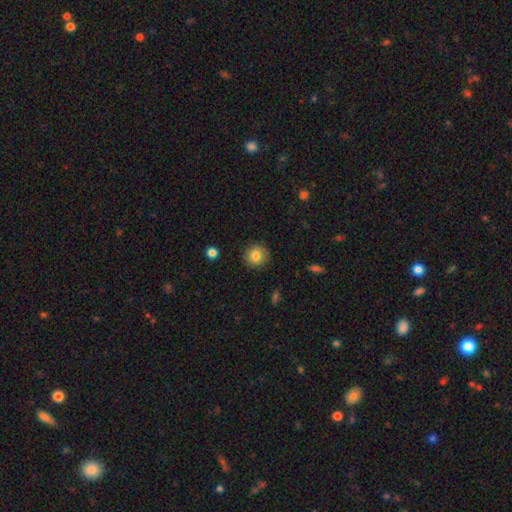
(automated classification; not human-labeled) This is clearly a smooth galaxy (82%). How rounded: clearly round (92%). Merging: clearly none (90%).